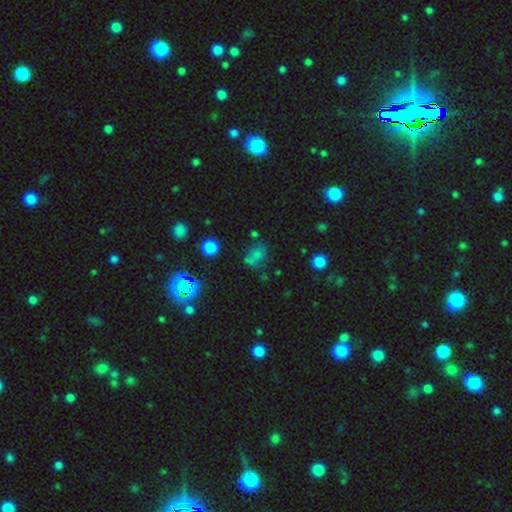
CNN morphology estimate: smooth-or-featured: smooth: 55% | star or artifact: 28% | featured or disk: 17%
  how-rounded: in between: 50% | round: 48% | cigar-shaped: 2%
  merging: none: 50% | minor disturbance: 20% | merger: 17% | major disturbance: 14%